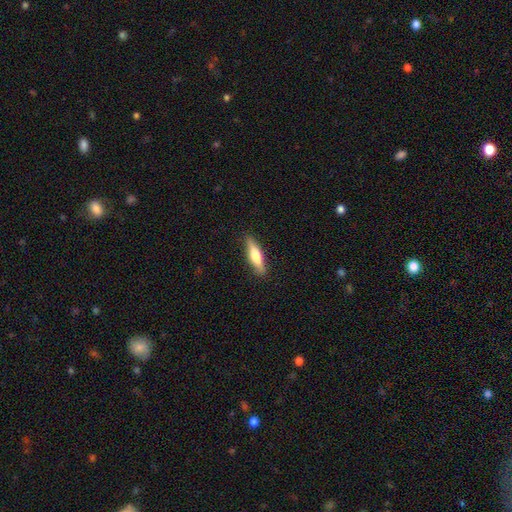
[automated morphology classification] A smooth galaxy with no disk features (55%) that is cigar-shaped (72%). Merging: none (88%).